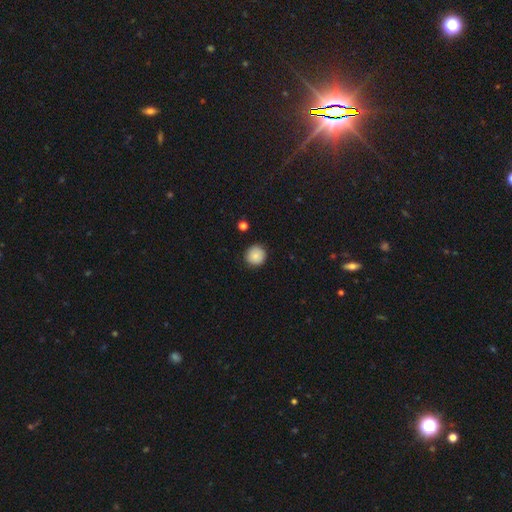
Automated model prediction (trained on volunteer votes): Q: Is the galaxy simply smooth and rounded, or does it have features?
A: smooth — 86%.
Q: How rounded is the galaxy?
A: round — 95%.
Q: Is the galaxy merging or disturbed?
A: none — 90%.